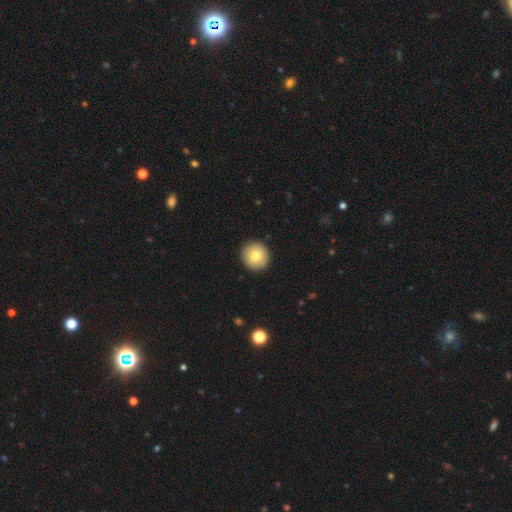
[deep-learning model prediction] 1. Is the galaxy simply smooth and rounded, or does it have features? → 79% smooth, 13% featured or disk, 8% star or artifact.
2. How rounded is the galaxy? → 94% round, 5% in between, 1% cigar-shaped.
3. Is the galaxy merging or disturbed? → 92% none, 5% minor disturbance, 2% major disturbance, 1% merger.